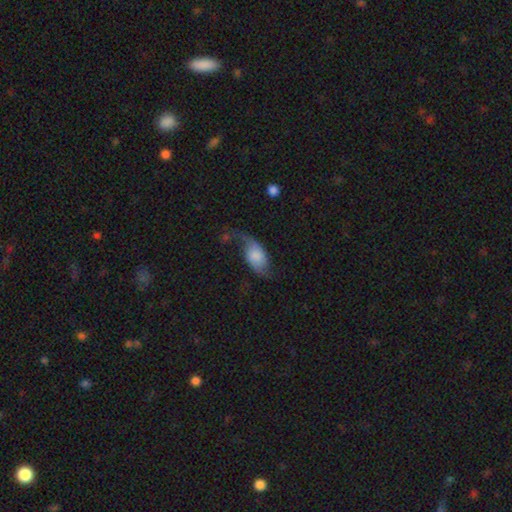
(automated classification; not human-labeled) Smooth or featured: featured or disk — 57% (smooth — 36%)
Edge-on disk: no — 95% (yes — 5%)
Bar: no — 65% (weak — 28%)
Spiral arms: yes — 90% (no — 10%)
Bulge size: small — 26% (none — 25%)
Merging: none — 42% (major disturbance — 29%)